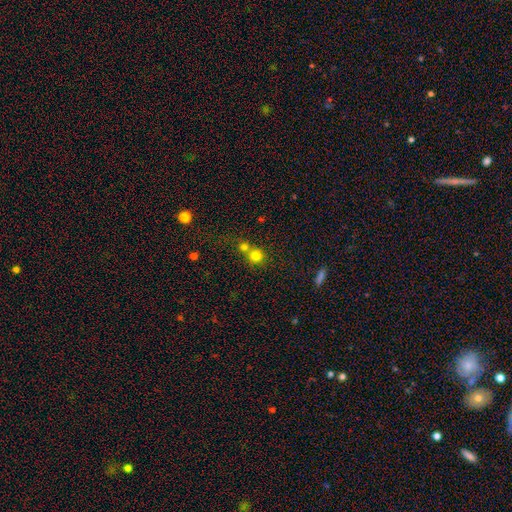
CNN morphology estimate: A smooth galaxy with no disk features (77%) that is round (90%).

Vote fractions:
- Smooth or featured? smooth: 77% / star or artifact: 14% / featured or disk: 8%
- How rounded? round: 90% / in between: 9% / cigar-shaped: 1%
- Merging? none: 49% / merger: 41% / minor disturbance: 6% / major disturbance: 3%